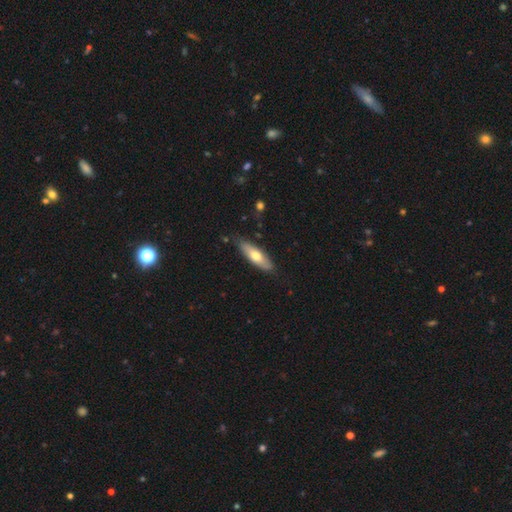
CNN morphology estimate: smooth-or-featured: smooth: 62% | featured or disk: 32% | star or artifact: 5%
  how-rounded: in between: 50% | cigar-shaped: 48% | round: 2%
  merging: none: 82% | minor disturbance: 14% | major disturbance: 2% | merger: 2%